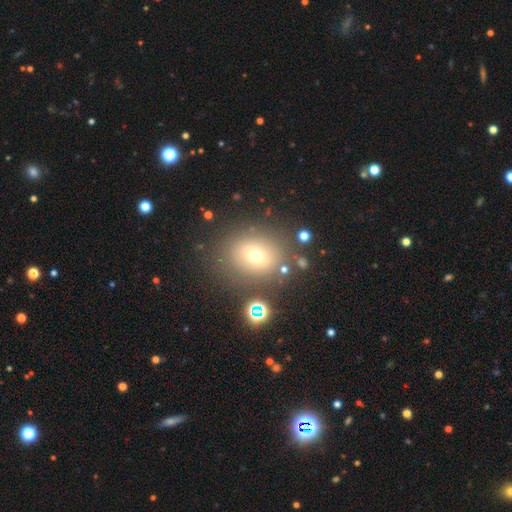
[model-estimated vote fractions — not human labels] This is likely a smooth galaxy (64%). How rounded: likely round (64%). Merging: likely none (78%).